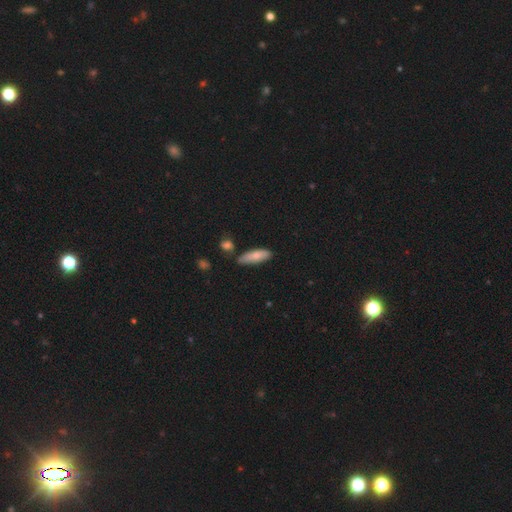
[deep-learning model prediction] A smooth galaxy with no disk features (79%) that is in between round and cigar-shaped (54%).

Vote fractions:
- Smooth or featured? smooth: 79% / featured or disk: 15% / star or artifact: 6%
- How rounded? in between: 54% / cigar-shaped: 44% / round: 2%
- Merging? none: 72% / minor disturbance: 19% / merger: 6% / major disturbance: 3%